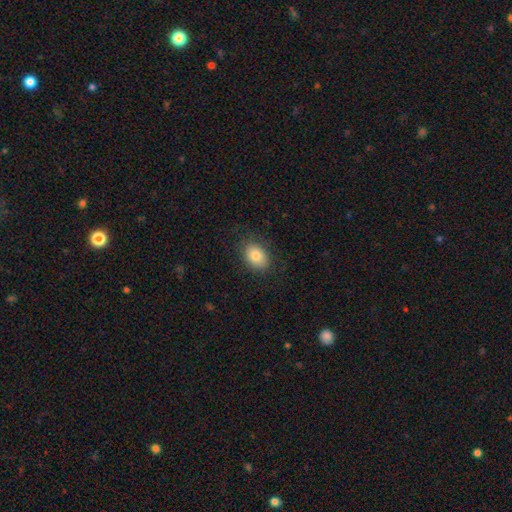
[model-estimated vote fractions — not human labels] Overall: smooth (82%). How rounded: in between (72%). Merging: none (83%).